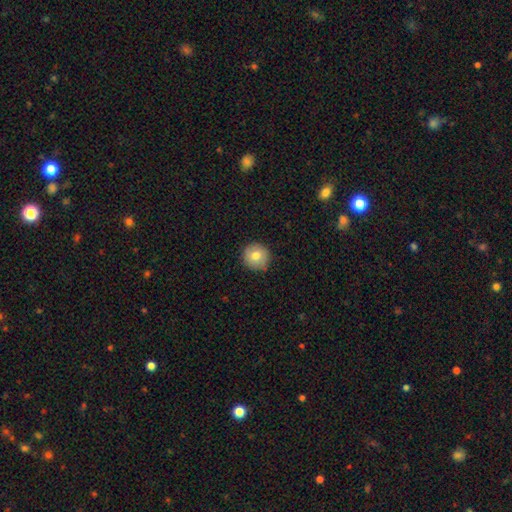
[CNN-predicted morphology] smooth 77%, featured or disk 14%, star or artifact 9%. Down the decision tree: how rounded — round (95%); merging — none (88%).